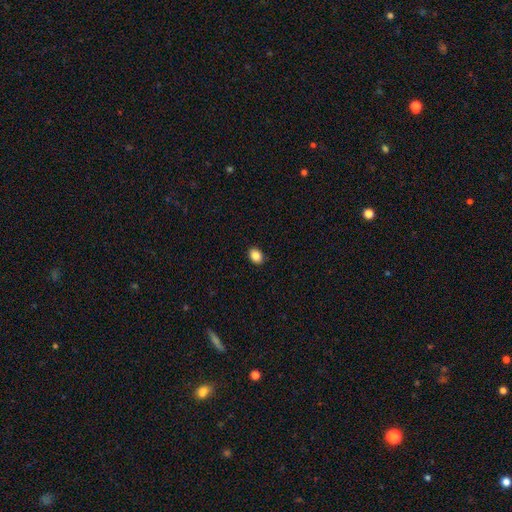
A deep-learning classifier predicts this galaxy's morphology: Q: Smooth or featured?
A: smooth (86%); runner-up: star or artifact (9%)
Q: How rounded?
A: in between (70%); runner-up: round (29%)
Q: Merging?
A: none (89%); runner-up: minor disturbance (8%)